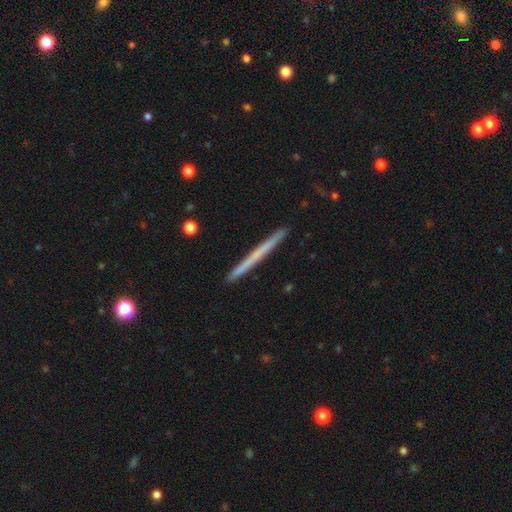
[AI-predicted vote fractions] smooth 48%, featured or disk 47%, star or artifact 5%. Down the decision tree: merging — none (92%).